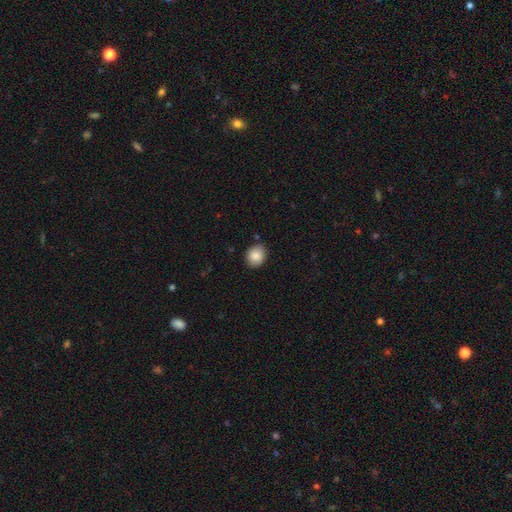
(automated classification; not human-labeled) Smooth or featured?
  - smooth: 86% *
  - star or artifact: 8%
  - featured or disk: 6%
How rounded?
  - round: 65% *
  - in between: 34%
  - cigar-shaped: 1%
Merging?
  - none: 82% *
  - minor disturbance: 13%
  - major disturbance: 2%
  - merger: 2%